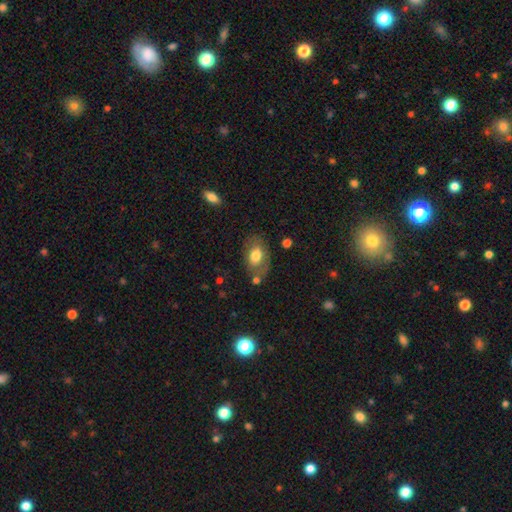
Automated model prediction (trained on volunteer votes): Smooth or featured: smooth — 69% (featured or disk — 24%)
How rounded: in between — 88% (round — 11%)
Merging: none — 67% (minor disturbance — 19%)